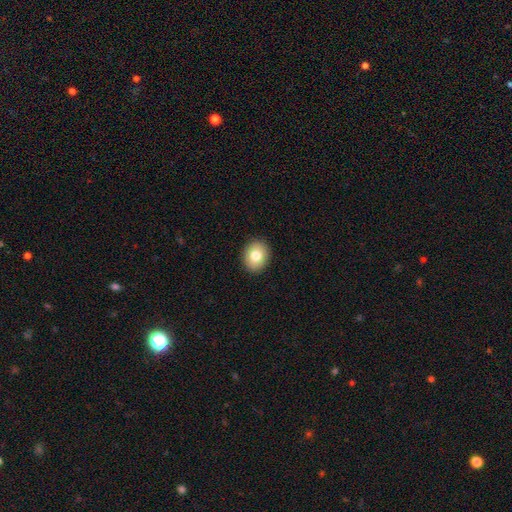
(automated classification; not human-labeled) Smooth or featured?
  - smooth: 79% *
  - featured or disk: 12%
  - star or artifact: 9%
How rounded?
  - round: 59% *
  - in between: 41%
  - cigar-shaped: 1%
Merging?
  - none: 91% *
  - minor disturbance: 7%
  - major disturbance: 2%
  - merger: 1%